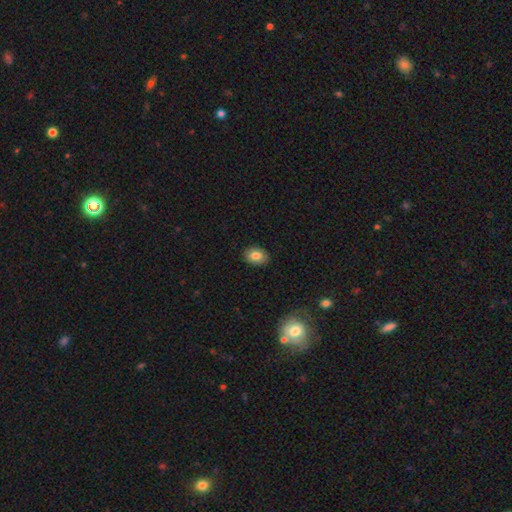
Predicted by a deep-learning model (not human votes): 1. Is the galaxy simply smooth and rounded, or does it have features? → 82% smooth, 10% featured or disk, 8% star or artifact.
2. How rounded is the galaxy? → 74% in between, 25% round, 1% cigar-shaped.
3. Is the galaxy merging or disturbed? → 89% none, 8% minor disturbance, 2% major disturbance, 1% merger.